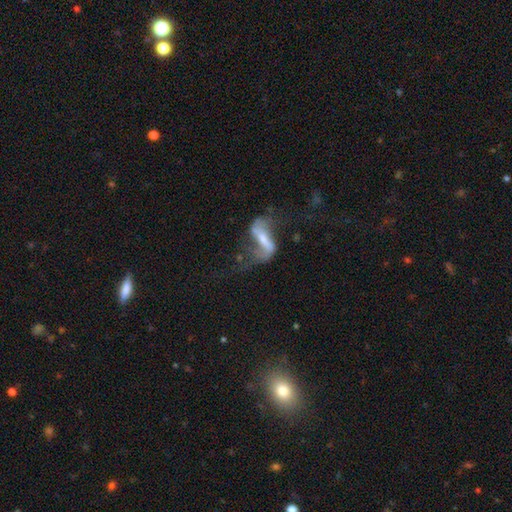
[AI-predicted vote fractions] A featured or disk galaxy (79%) with a strong bar (50%), 2 (89%) loose (82%) spiral arms (88%) and a small central bulge (50%). Merging: none (52%).